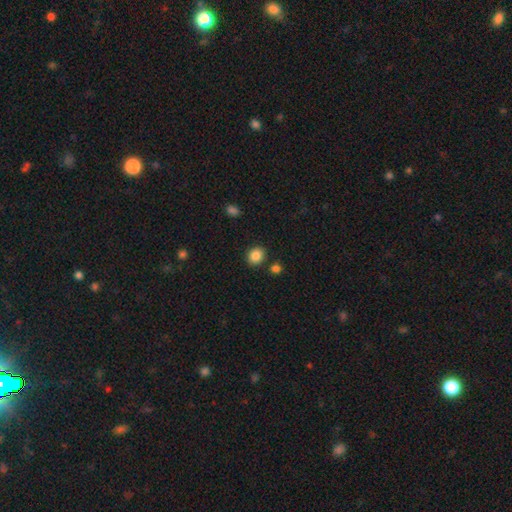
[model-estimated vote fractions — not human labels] Smooth or featured? Predicted: smooth (p=0.87). How rounded? Predicted: round (p=0.70). Merging? Predicted: none (p=0.84).